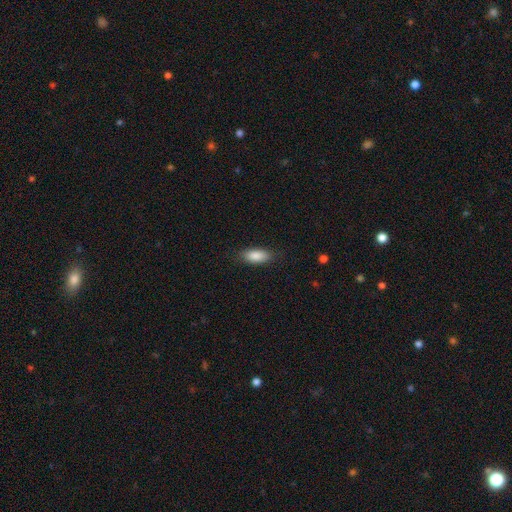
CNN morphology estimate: type=smooth (87%); roundness=in between (86%); merging=none (84%).